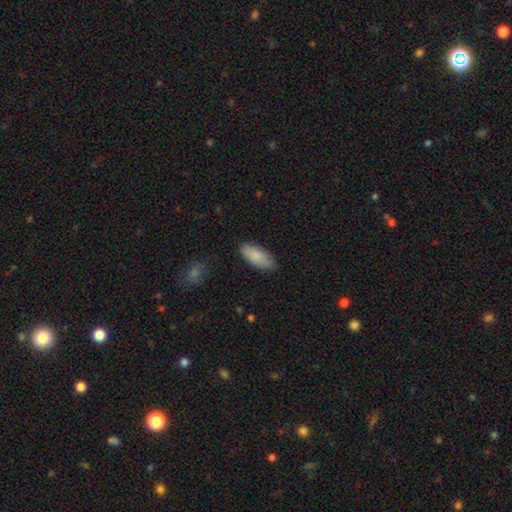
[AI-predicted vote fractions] smooth_or_featured: smooth (p=0.87) [alt: featured or disk p=0.08]
how_rounded: in between (p=0.85) [alt: cigar-shaped p=0.13]
merging: none (p=0.82) [alt: minor disturbance p=0.14]